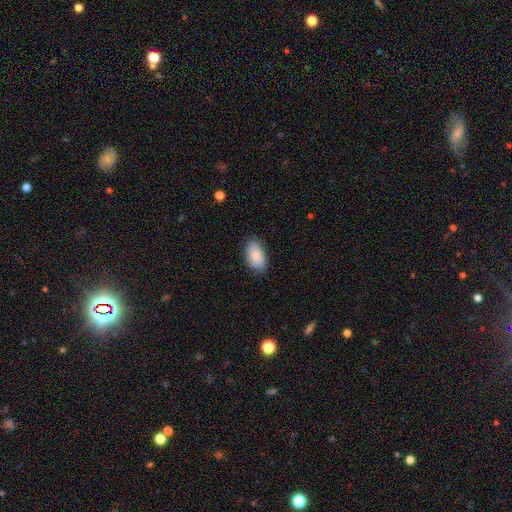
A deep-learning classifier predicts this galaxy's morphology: A smooth galaxy with no disk features (85%) that is in between round and cigar-shaped (94%).

Vote fractions:
- Smooth or featured? smooth: 85% / featured or disk: 8% / star or artifact: 6%
- How rounded? in between: 94% / round: 4% / cigar-shaped: 2%
- Merging? none: 83% / minor disturbance: 13% / major disturbance: 3% / merger: 1%